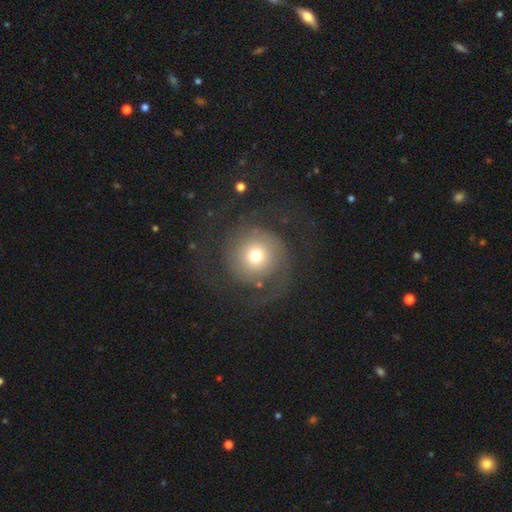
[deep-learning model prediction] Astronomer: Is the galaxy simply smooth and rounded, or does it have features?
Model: smooth — 50% (runner-up: featured or disk, 39%).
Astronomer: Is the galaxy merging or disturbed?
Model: none — 56%.